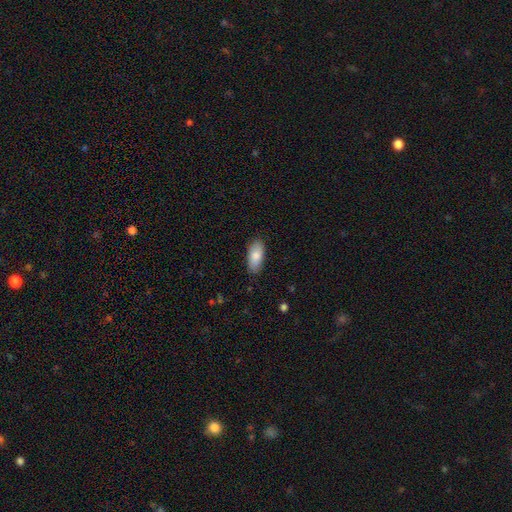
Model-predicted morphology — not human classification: Smooth or featured? smooth (83%)
How rounded? in between (89%)
Merging? none (87%)